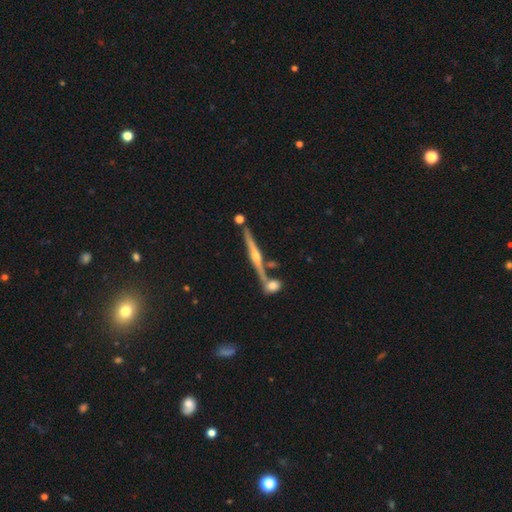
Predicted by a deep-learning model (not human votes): This appears to be a featured or disk galaxy (83%) viewed edge-on (97%) with a rounded central bulge (88%). Merging: none (75%).